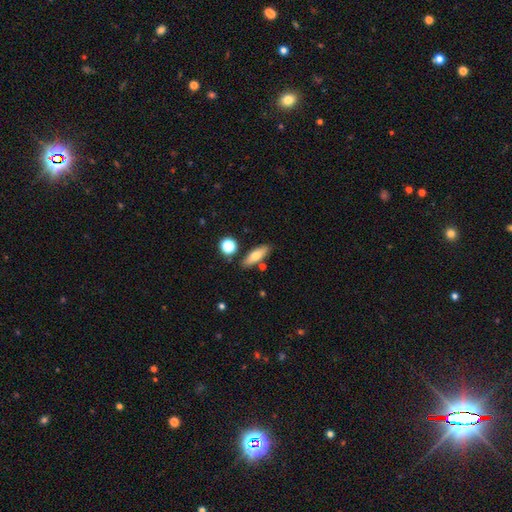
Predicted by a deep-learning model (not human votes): Overall: smooth (68%). How rounded: in between (57%; cigar-shaped 39%). Merging: none (80%).